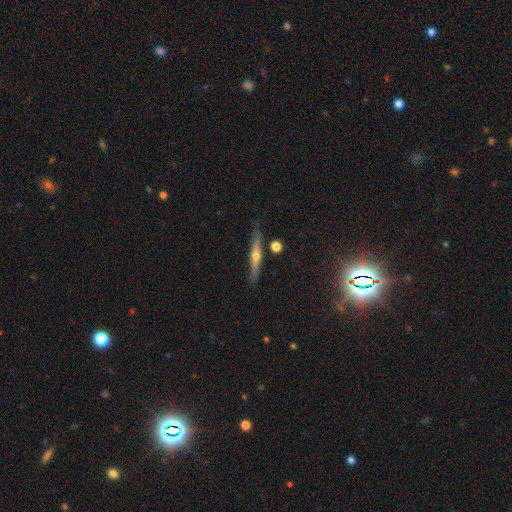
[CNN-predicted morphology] Smooth or featured? Predicted: featured or disk (p=0.63). Edge-on disk? Predicted: yes (p=0.96). Edge-on bulge? Predicted: rounded (p=0.86). Merging? Predicted: none (p=0.83).